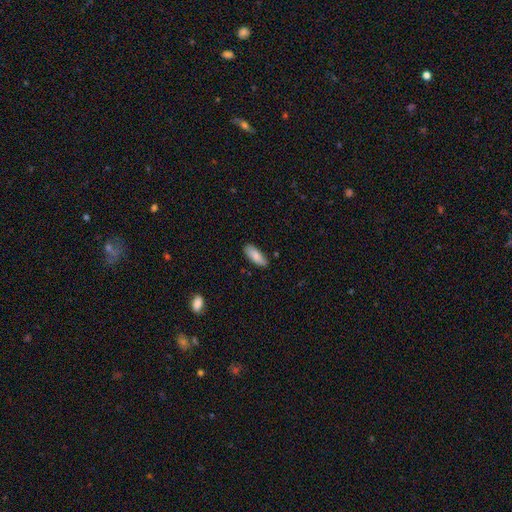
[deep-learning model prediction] Morphology: type=smooth (84%); roundness=in between (73%); merging=none (82%).